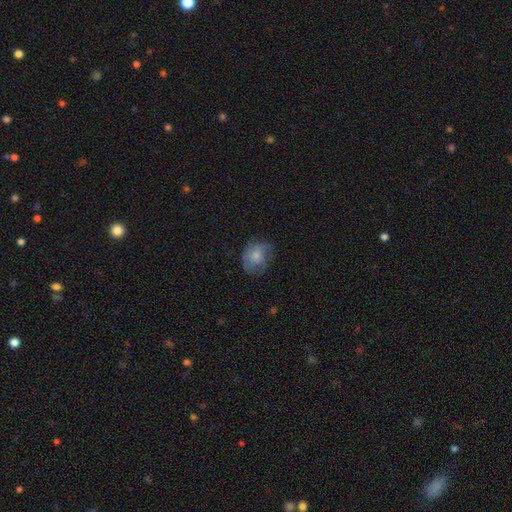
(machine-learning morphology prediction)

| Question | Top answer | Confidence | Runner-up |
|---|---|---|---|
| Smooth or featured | smooth | 67% | featured or disk (26%) |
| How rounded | round | 55% | in between (44%) |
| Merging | none | 57% | minor disturbance (28%) |